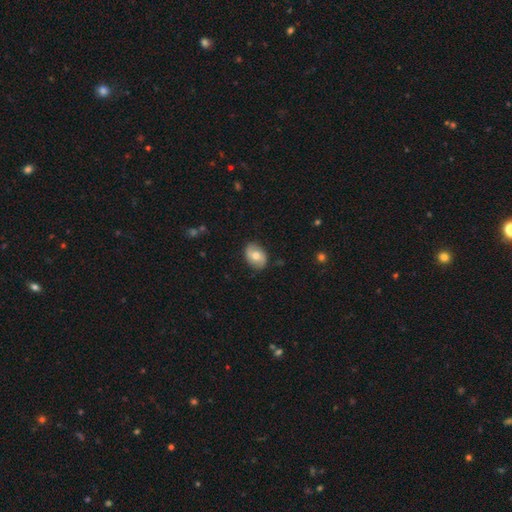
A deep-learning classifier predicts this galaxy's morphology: smooth_or_featured: smooth (p=0.56) [alt: featured or disk p=0.37]
how_rounded: in between (p=0.77) [alt: round p=0.22]
merging: none (p=0.83) [alt: minor disturbance p=0.13]